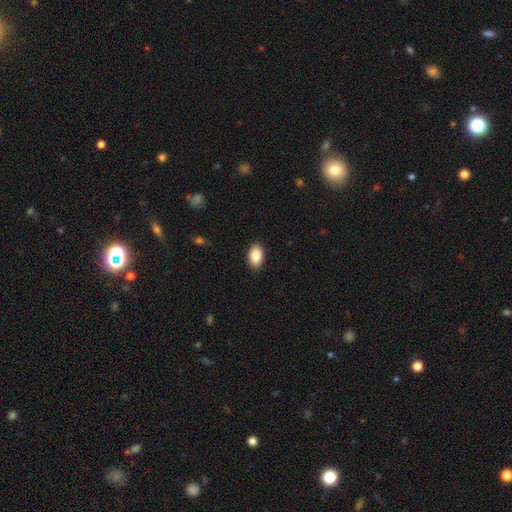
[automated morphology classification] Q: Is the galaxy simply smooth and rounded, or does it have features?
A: smooth — 86%.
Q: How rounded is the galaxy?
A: in between — 92%.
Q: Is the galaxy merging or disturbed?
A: none — 90%.